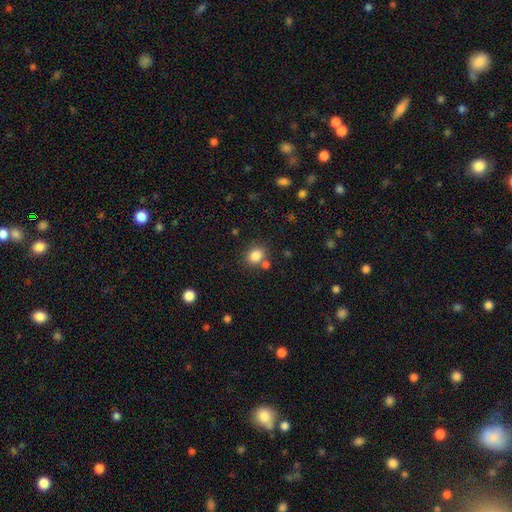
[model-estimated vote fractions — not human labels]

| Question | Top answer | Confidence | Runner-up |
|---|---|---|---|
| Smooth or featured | smooth | 84% | star or artifact (11%) |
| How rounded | round | 55% | in between (45%) |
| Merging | none | 69% | merger (15%) |